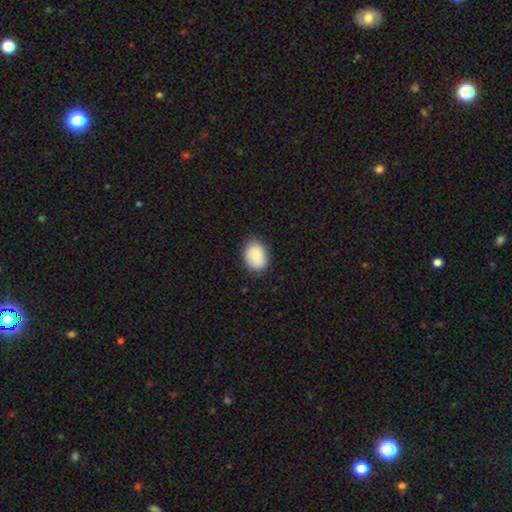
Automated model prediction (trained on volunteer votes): This appears to be a smooth galaxy with no disk features (87%) that is in between round and cigar-shaped (73%). Merging: none (83%).